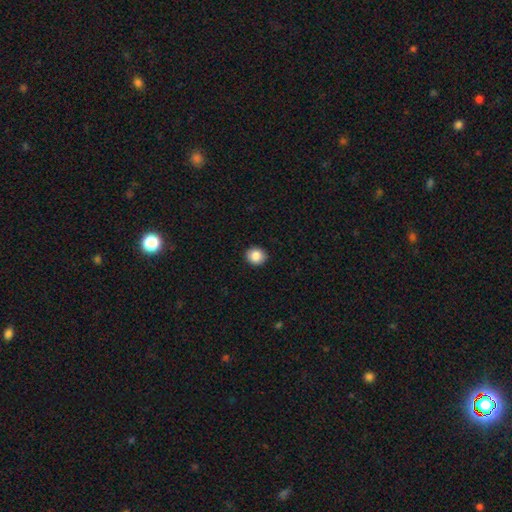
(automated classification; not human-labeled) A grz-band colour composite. It shows a smooth galaxy with no disk features (86%) that is round (77%). Merging: none (92%).